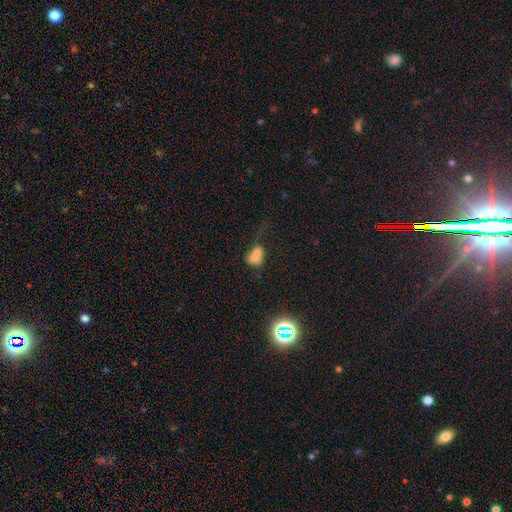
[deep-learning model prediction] This appears to be a smooth galaxy with no disk features (63%) that is in between round and cigar-shaped (67%). Merging: merger (46%).